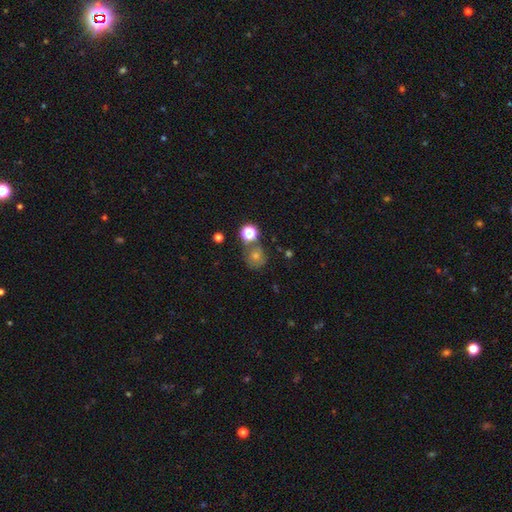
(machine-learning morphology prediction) Smooth or featured?
  - smooth: 56% *
  - star or artifact: 27%
  - featured or disk: 17%
How rounded?
  - round: 85% *
  - in between: 14%
  - cigar-shaped: 1%
Merging?
  - none: 65% *
  - merger: 16%
  - minor disturbance: 13%
  - major disturbance: 5%